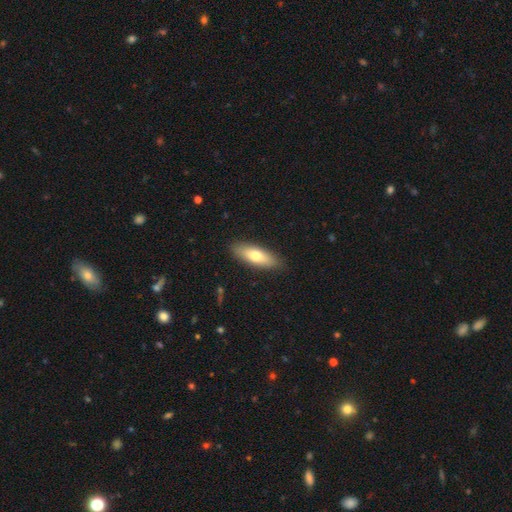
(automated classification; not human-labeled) This appears to be a smooth galaxy with no disk features (71%) that is in between round and cigar-shaped (62%). Merging: none (88%).